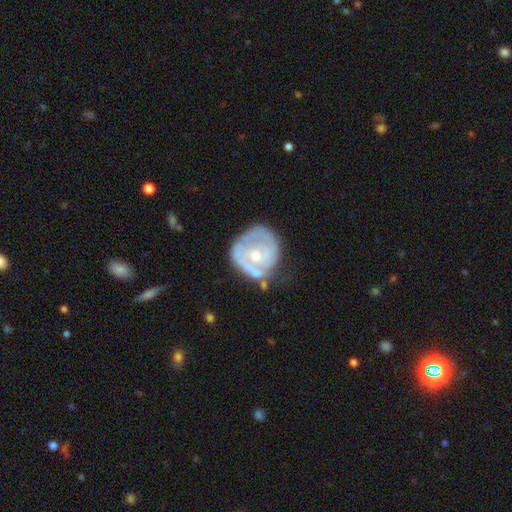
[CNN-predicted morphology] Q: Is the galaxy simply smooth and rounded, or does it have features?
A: featured or disk — 75%.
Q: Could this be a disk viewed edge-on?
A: no — 98%.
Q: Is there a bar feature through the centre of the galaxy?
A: no — 71%.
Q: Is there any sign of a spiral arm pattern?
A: yes — 74%.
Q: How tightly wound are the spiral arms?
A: tight — 64%.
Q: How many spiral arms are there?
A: can't tell — 37%.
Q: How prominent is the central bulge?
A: small — 49%.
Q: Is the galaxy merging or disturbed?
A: none — 49%.